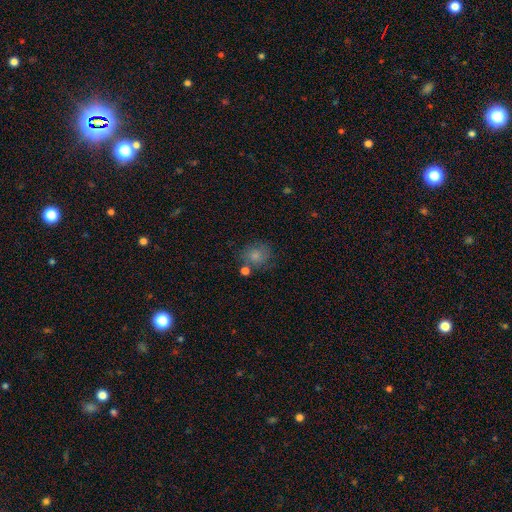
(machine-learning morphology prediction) The model was most divided on "merging": none: 60%, minor disturbance: 19%, merger: 13%, major disturbance: 8%. More confident: smooth or featured — smooth (74%); how rounded — round (73%).